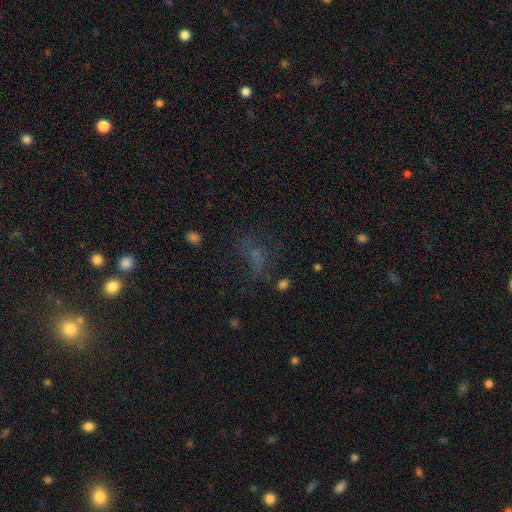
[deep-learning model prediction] Overall: smooth (43%; star or artifact 33%). Merging: none (44%; major disturbance 33%).